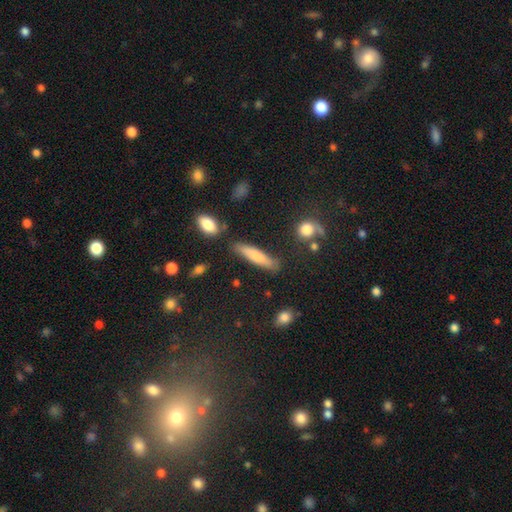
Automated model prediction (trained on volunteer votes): smooth 73%, featured or disk 20%, star or artifact 7%. Down the decision tree: how rounded — cigar-shaped (83%); merging — none (77%).